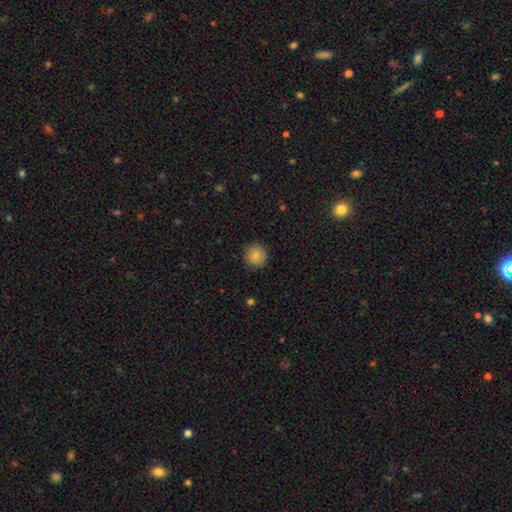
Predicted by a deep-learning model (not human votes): Smooth or featured? smooth (83%)
How rounded? round (93%)
Merging? none (89%)